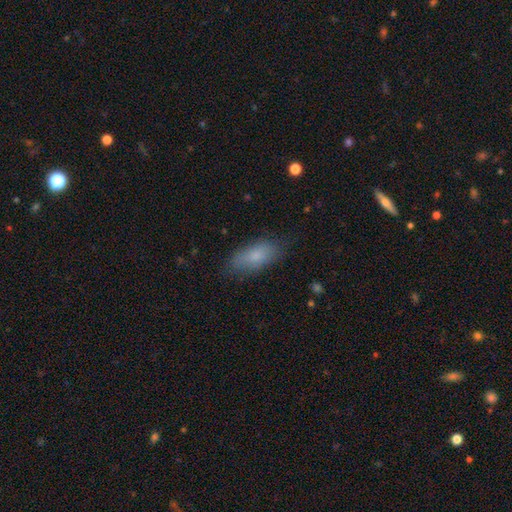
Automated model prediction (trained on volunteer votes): smooth_or_featured: smooth (p=0.80) [alt: featured or disk p=0.13]
how_rounded: in between (p=0.82) [alt: cigar-shaped p=0.16]
merging: none (p=0.77) [alt: minor disturbance p=0.17]